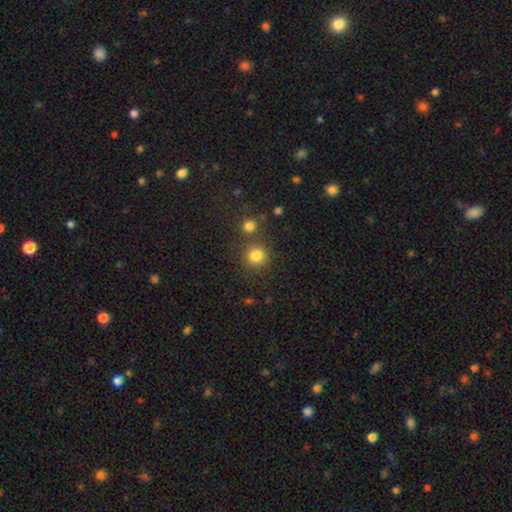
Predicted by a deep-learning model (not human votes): Smooth or featured? Predicted: smooth (p=0.83). How rounded? Predicted: round (p=0.92). Merging? Predicted: none (p=0.76).